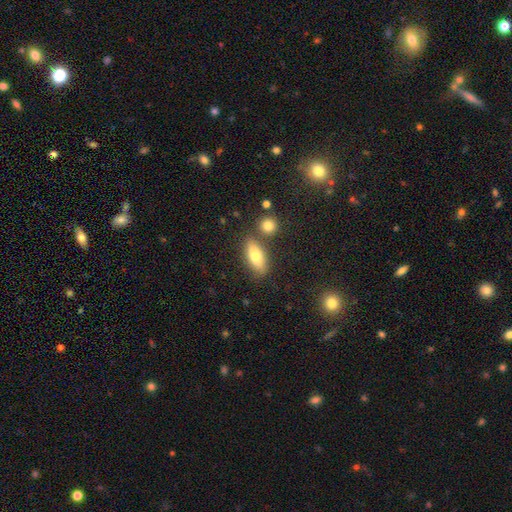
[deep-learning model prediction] smooth 72%, featured or disk 21%, star or artifact 8%. Down the decision tree: how rounded — in between (75%); merging — none (75%).